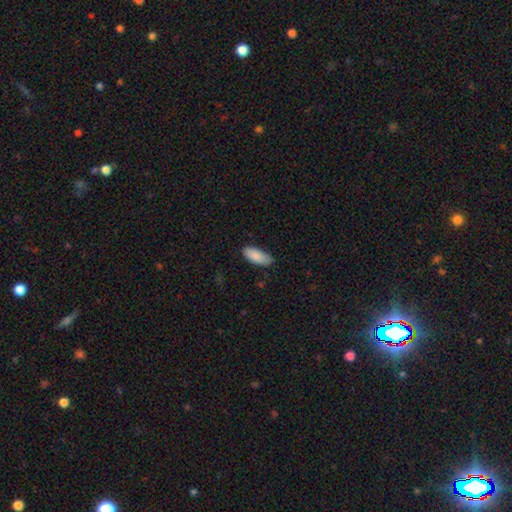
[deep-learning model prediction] Morphology: type=smooth (88%); roundness=in between (87%); merging=none (80%).